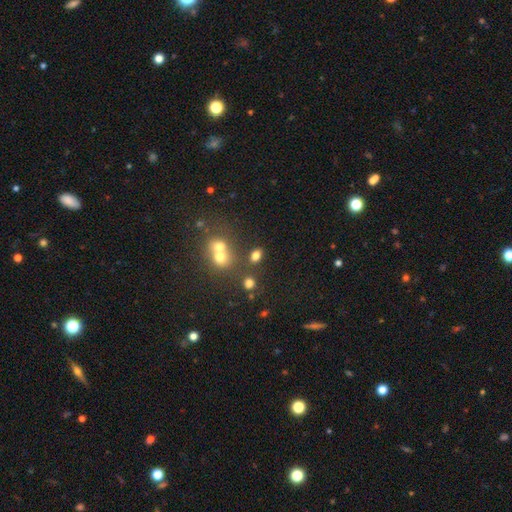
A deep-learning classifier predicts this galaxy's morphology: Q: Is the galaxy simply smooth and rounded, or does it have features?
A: smooth — 74%.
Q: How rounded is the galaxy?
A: in between — 67%.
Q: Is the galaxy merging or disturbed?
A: none — 63%.